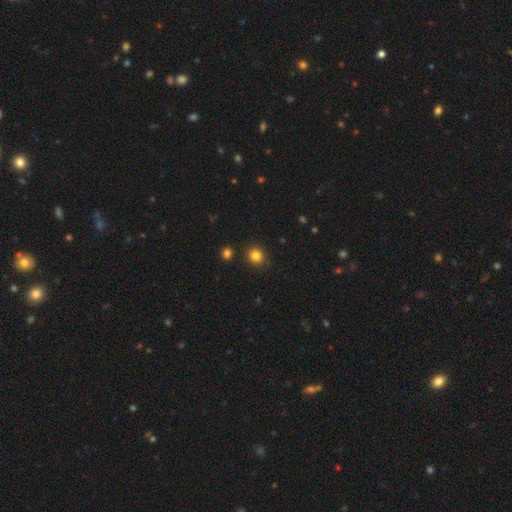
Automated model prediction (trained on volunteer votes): smooth_or_featured: smooth (p=0.83) [alt: star or artifact p=0.12]
how_rounded: round (p=0.83) [alt: in between p=0.16]
merging: none (p=0.87) [alt: minor disturbance p=0.08]